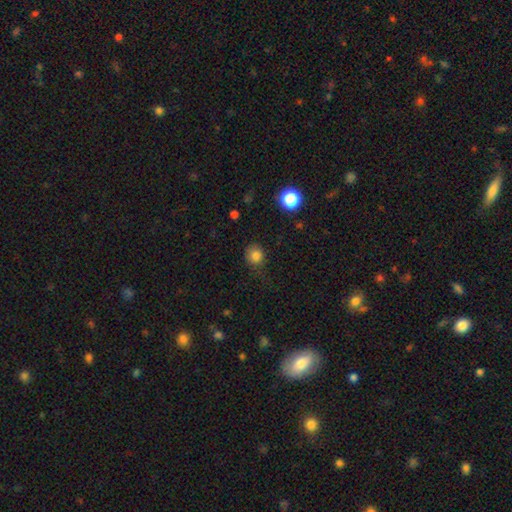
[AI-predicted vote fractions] A smooth galaxy with no disk features (81%) that is round (85%). Merging: none (75%).